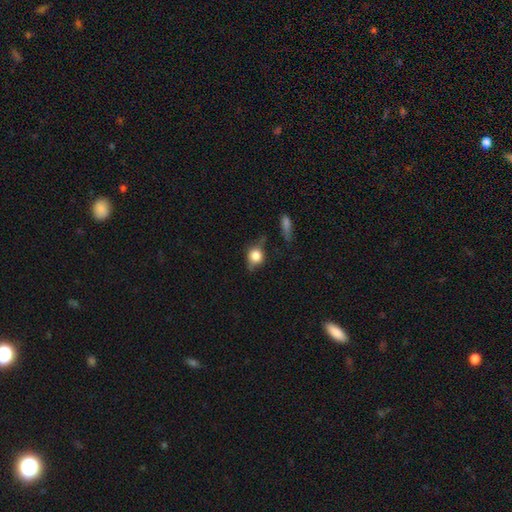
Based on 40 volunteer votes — A smooth galaxy with no disk features (55%) that is round (82%). Merging: none (61%).